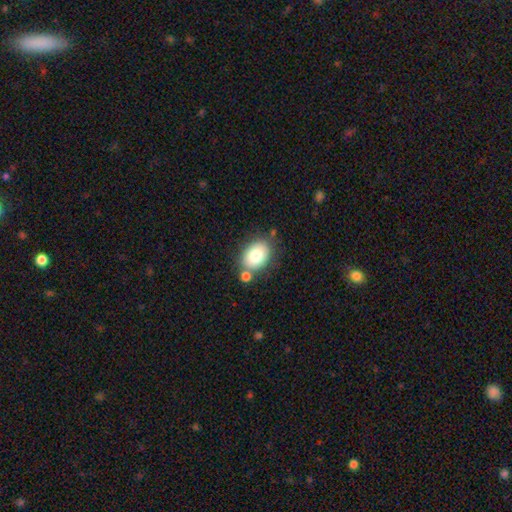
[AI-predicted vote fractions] smooth_or_featured: smooth (p=0.78) [alt: featured or disk p=0.14]
how_rounded: in between (p=0.74) [alt: round p=0.25]
merging: none (p=0.69) [alt: minor disturbance p=0.14]